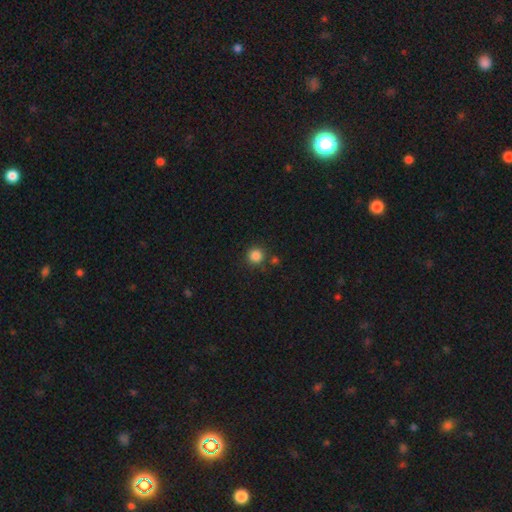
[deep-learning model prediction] smooth-or-featured: smooth: 85% | star or artifact: 11% | featured or disk: 4%
  how-rounded: round: 94% | in between: 5% | cigar-shaped: 1%
  merging: none: 83% | minor disturbance: 8% | merger: 6% | major disturbance: 3%